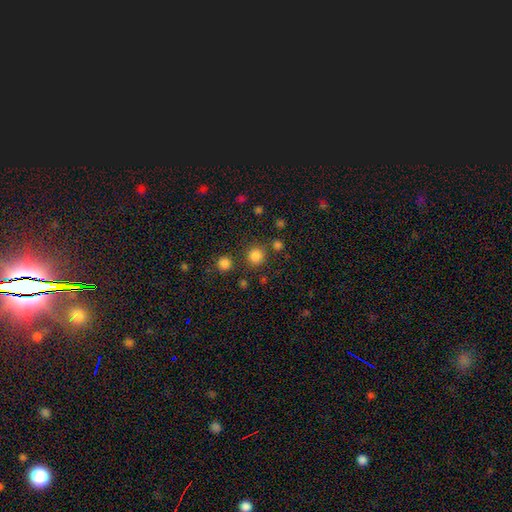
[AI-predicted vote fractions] smooth 82%, star or artifact 14%, featured or disk 4%. Down the decision tree: how rounded — round (92%); merging — none (82%).